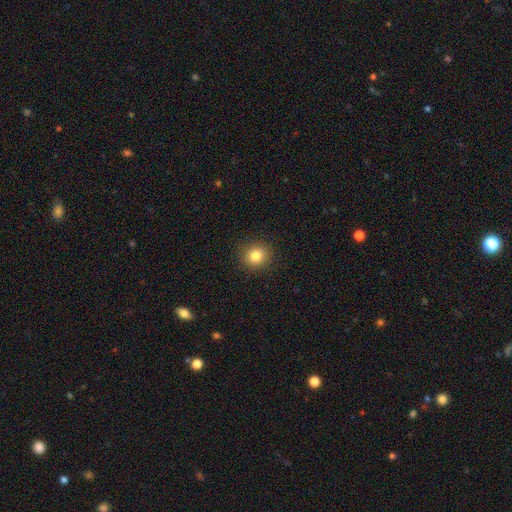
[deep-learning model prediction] smooth-or-featured: smooth: 83% | star or artifact: 11% | featured or disk: 6%
  how-rounded: round: 89% | in between: 11% | cigar-shaped: 1%
  merging: none: 91% | minor disturbance: 6% | major disturbance: 2% | merger: 1%